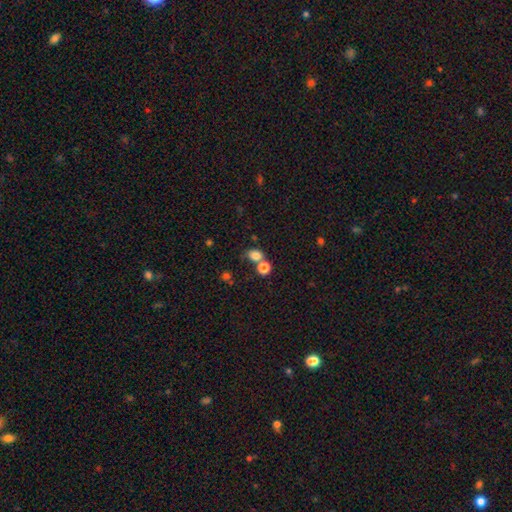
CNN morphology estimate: Smooth or featured? smooth (80%)
How rounded? round (52%)
Merging? none (47%)